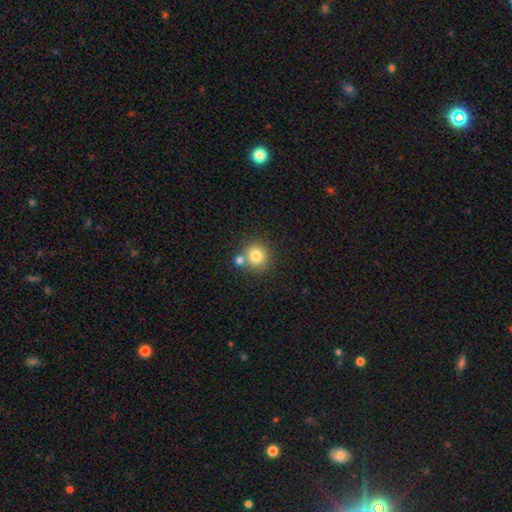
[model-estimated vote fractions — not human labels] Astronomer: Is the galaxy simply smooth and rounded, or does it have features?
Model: smooth — 78%.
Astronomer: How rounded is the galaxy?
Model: round — 93%.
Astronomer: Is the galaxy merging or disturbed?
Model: none — 66%.